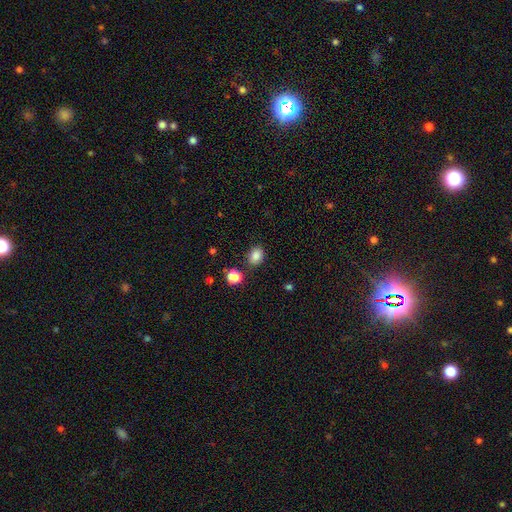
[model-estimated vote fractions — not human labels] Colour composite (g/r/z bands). It shows a smooth galaxy with no disk features (84%) that is in between round and cigar-shaped (62%). Merging: none (82%).